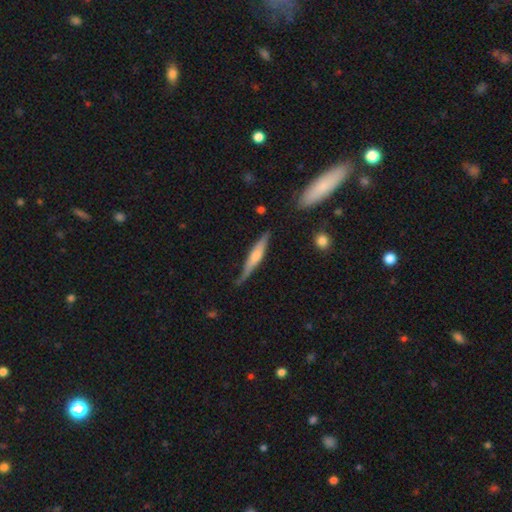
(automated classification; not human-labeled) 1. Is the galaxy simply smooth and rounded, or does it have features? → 62% featured or disk, 33% smooth, 6% star or artifact.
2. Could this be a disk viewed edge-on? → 94% yes, 6% no.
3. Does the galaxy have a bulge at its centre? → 78% rounded, 12% none, 10% boxy.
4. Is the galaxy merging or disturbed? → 72% none, 21% minor disturbance, 4% major disturbance, 2% merger.